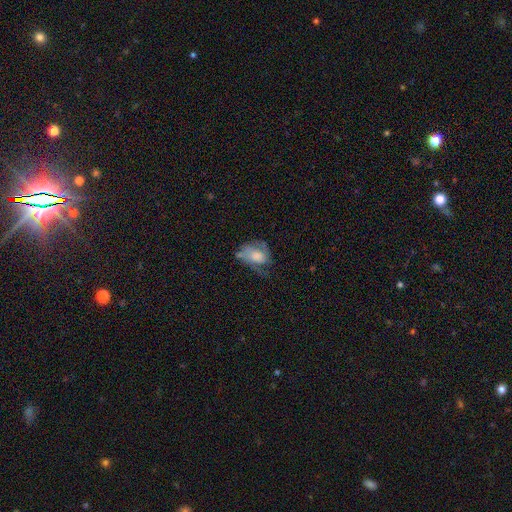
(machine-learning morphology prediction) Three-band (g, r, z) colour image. It shows a smooth galaxy with no disk features (50%). Merging: major disturbance (36%).